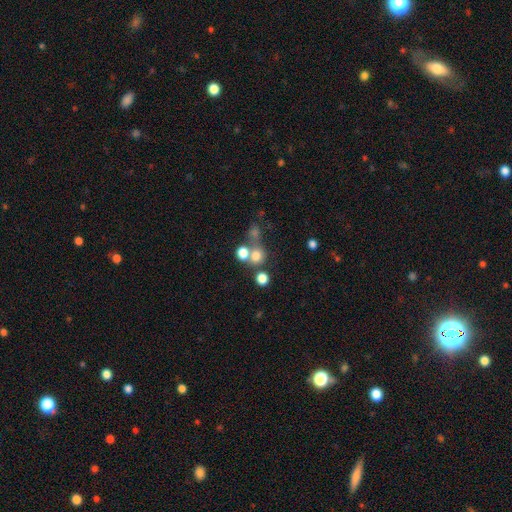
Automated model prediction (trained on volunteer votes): Smooth or featured?
  - smooth: 70% *
  - star or artifact: 18%
  - featured or disk: 12%
How rounded?
  - round: 84% *
  - in between: 15%
  - cigar-shaped: 1%
Merging?
  - none: 49% *
  - merger: 37%
  - minor disturbance: 8%
  - major disturbance: 6%